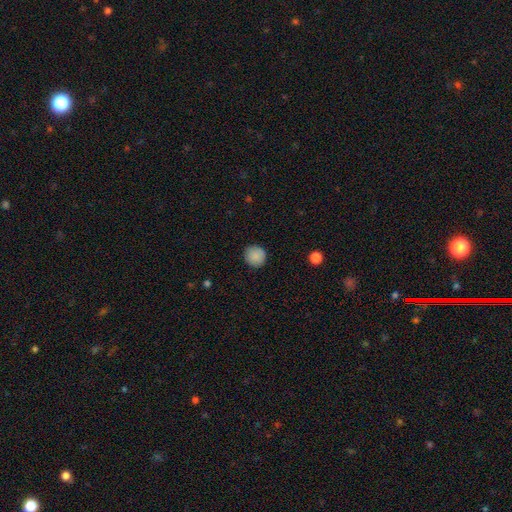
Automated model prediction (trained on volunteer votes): A smooth galaxy with no disk features (88%) that is round (95%).

Vote fractions:
- Smooth or featured? smooth: 88% / star or artifact: 8% / featured or disk: 4%
- How rounded? round: 95% / in between: 4% / cigar-shaped: 1%
- Merging? none: 91% / minor disturbance: 7% / major disturbance: 2% / merger: 1%